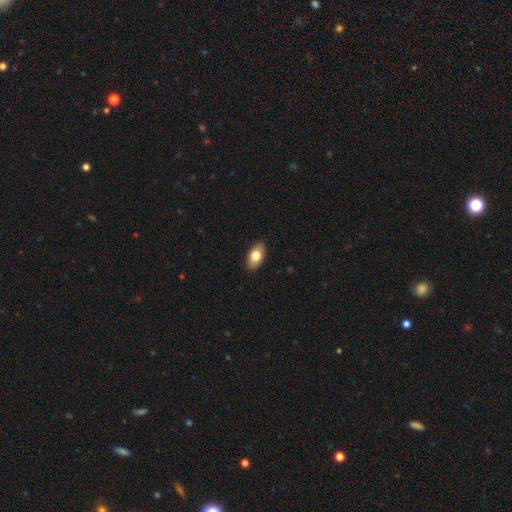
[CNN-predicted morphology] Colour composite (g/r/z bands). It shows a smooth galaxy with no disk features (77%) that is in between round and cigar-shaped (91%). Merging: none (88%).